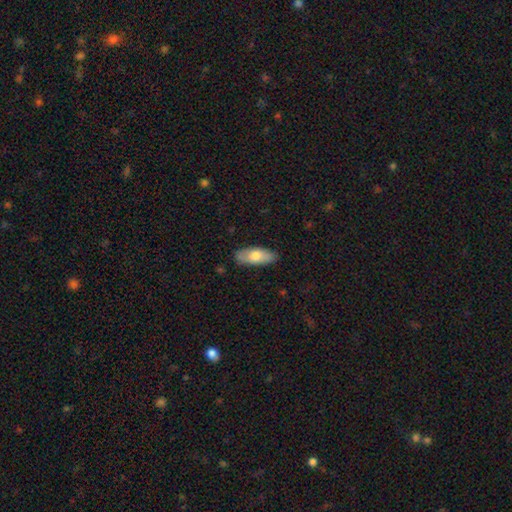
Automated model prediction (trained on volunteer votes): smooth-or-featured: smooth: 72% | featured or disk: 22% | star or artifact: 6%
  how-rounded: in between: 81% | cigar-shaped: 17% | round: 2%
  merging: none: 85% | minor disturbance: 12% | major disturbance: 2% | merger: 1%